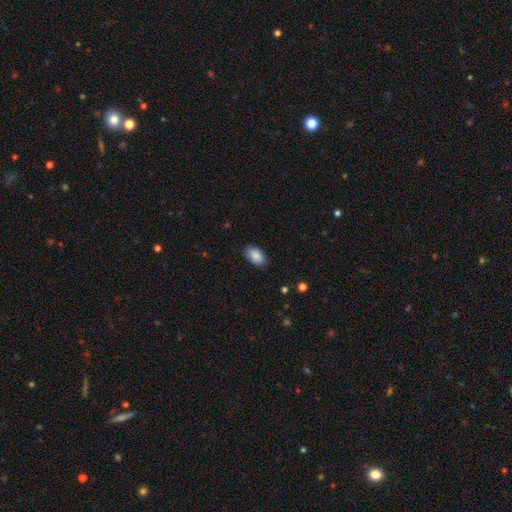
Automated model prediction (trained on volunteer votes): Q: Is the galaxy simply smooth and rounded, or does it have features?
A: smooth — 88%.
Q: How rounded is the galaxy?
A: in between — 94%.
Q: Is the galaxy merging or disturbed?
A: none — 87%.